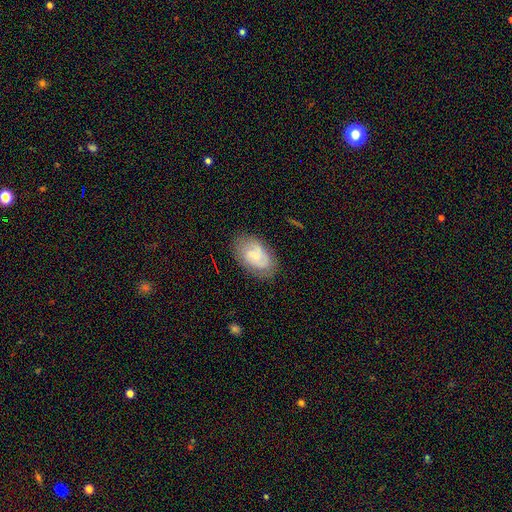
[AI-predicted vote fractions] smooth_or_featured: featured or disk (p=0.51) [alt: smooth p=0.41]
disk_edge_on: no (p=0.96) [alt: yes p=0.04]
merging: none (p=0.75) [alt: minor disturbance p=0.18]